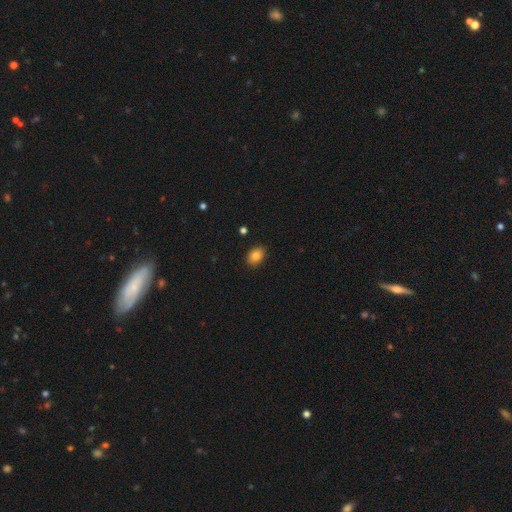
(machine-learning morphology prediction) This appears to be a smooth galaxy with no disk features (84%) that is in between round and cigar-shaped (75%). Merging: none (88%).